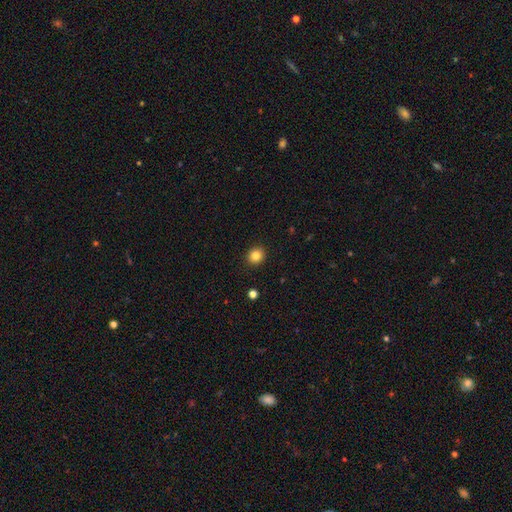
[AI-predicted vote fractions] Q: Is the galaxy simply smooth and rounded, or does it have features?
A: smooth — 83%.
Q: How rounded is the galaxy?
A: round — 83%.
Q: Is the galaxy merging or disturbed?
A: none — 92%.